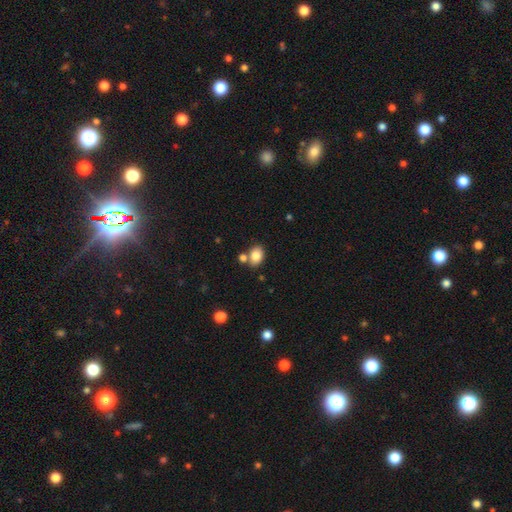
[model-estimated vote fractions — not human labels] Q: Smooth or featured?
A: smooth (84%); runner-up: star or artifact (9%)
Q: How rounded?
A: in between (72%); runner-up: round (27%)
Q: Merging?
A: none (65%); runner-up: merger (20%)